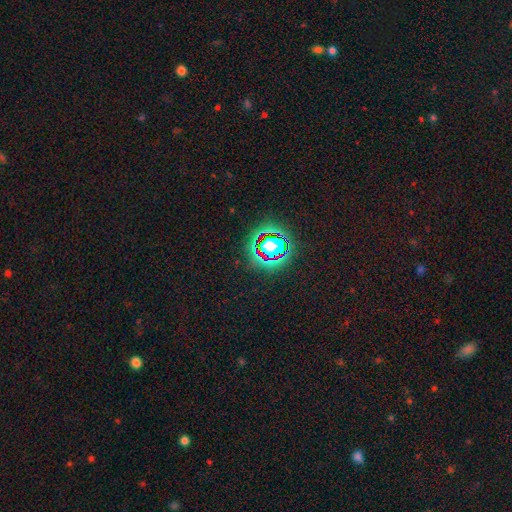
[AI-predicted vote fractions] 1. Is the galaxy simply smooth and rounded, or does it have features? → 80% star or artifact, 13% smooth, 7% featured or disk.